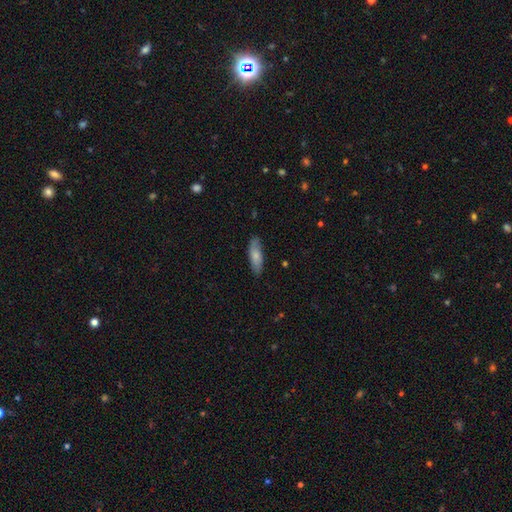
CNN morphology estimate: This is likely a smooth galaxy (76%). How rounded: possibly in between (57%). Merging: clearly none (80%).